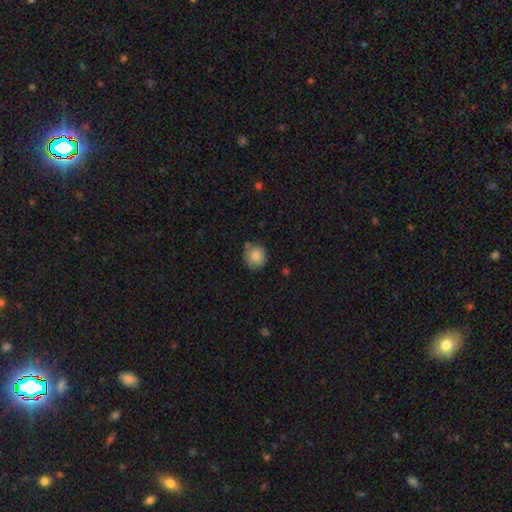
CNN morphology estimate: Q: Smooth or featured?
A: smooth (85%); runner-up: star or artifact (8%)
Q: How rounded?
A: round (89%); runner-up: in between (10%)
Q: Merging?
A: none (74%); runner-up: minor disturbance (16%)